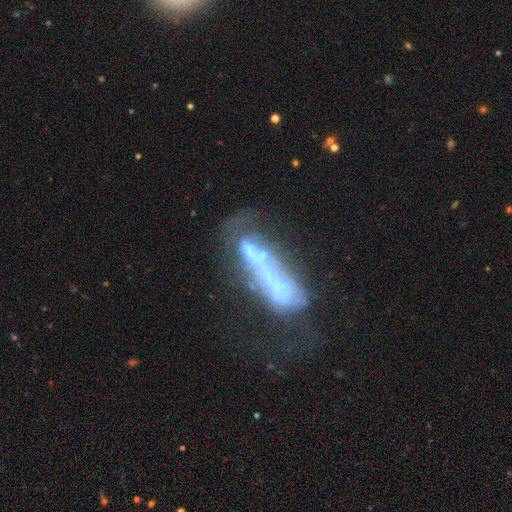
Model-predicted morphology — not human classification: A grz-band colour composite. It shows a featured or disk galaxy (57%). Merging: major disturbance (31%).